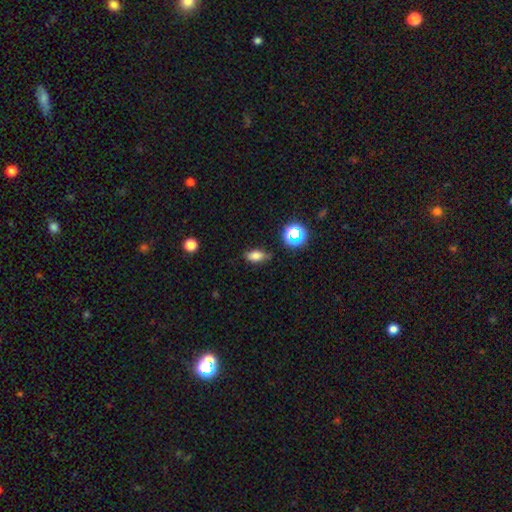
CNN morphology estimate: smooth 76%, star or artifact 15%, featured or disk 10%. Down the decision tree: how rounded — in between (83%); merging — none (75%).